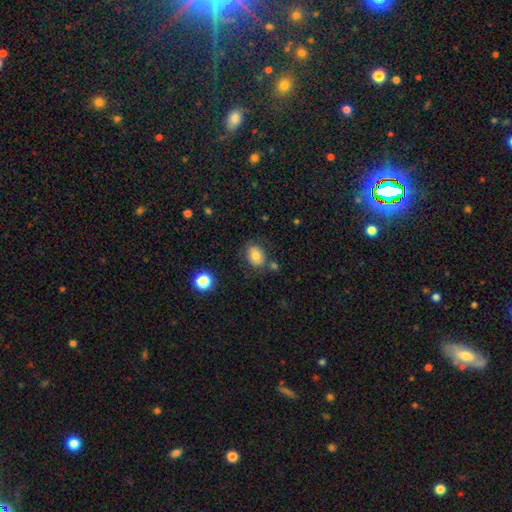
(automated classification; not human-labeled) smooth 79%, featured or disk 11%, star or artifact 10%. Down the decision tree: how rounded — in between (66%); merging — none (73%).